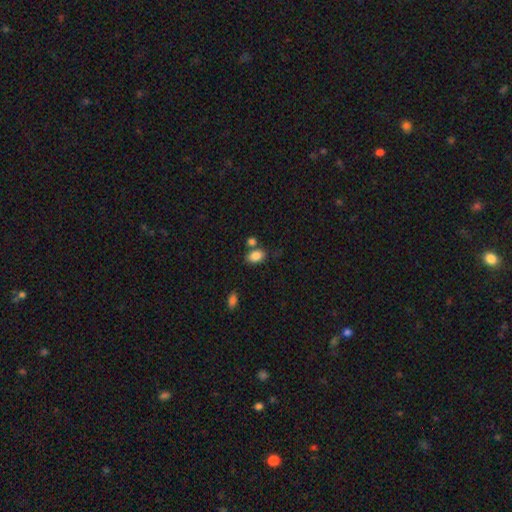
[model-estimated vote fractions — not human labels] smooth-or-featured: smooth: 86% | star or artifact: 9% | featured or disk: 5%
  how-rounded: in between: 86% | round: 13% | cigar-shaped: 1%
  merging: none: 65% | merger: 18% | minor disturbance: 13% | major disturbance: 4%